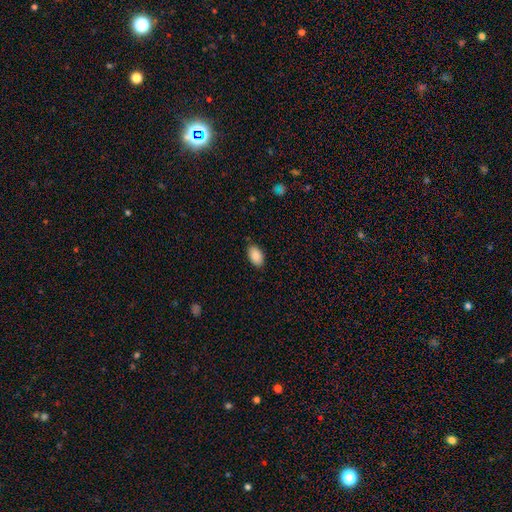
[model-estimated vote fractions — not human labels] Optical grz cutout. It shows a smooth galaxy with no disk features (89%) that is in between round and cigar-shaped (94%). Merging: none (86%).